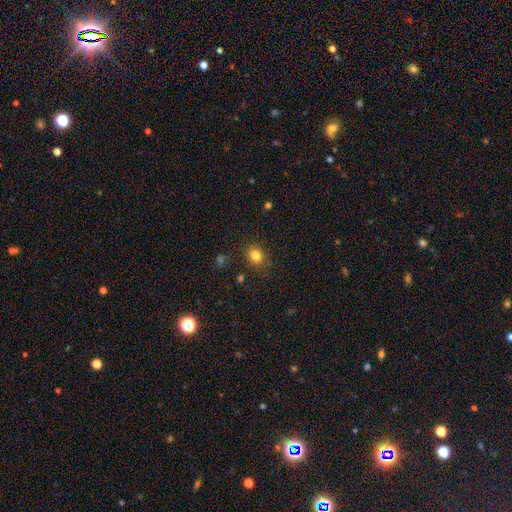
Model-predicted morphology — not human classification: Smooth or featured? smooth (81%)
How rounded? round (58%)
Merging? none (85%)